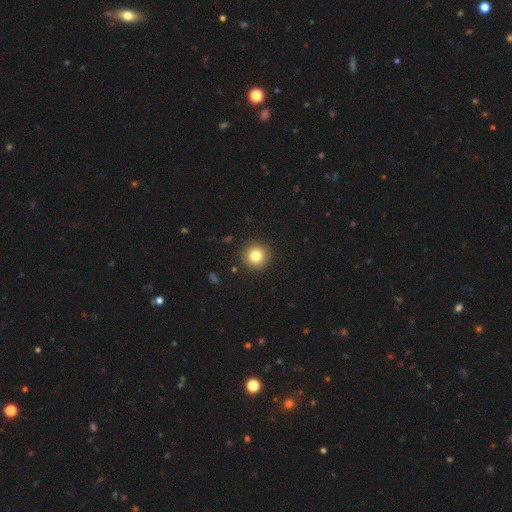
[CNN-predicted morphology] type=smooth (81%); roundness=round (95%); merging=none (91%).